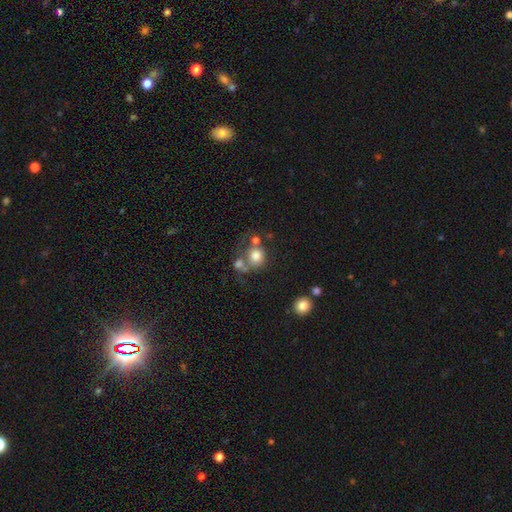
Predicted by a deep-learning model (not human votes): A smooth galaxy with no disk features (74%) that is round (81%). Merging: none (38%, tied with merger).